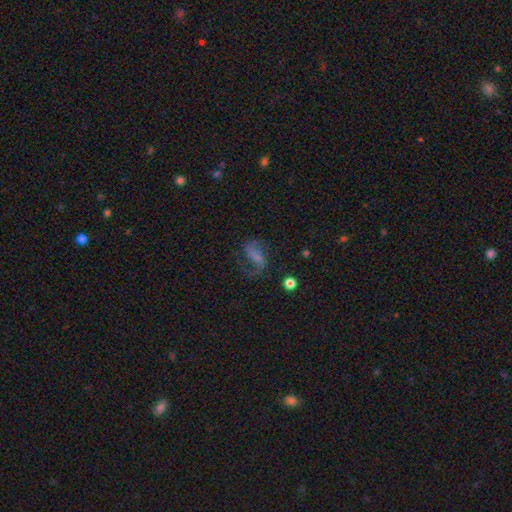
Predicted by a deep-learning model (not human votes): This appears to be a featured or disk galaxy (60%) with a strong bar (38%), spiral arms (83%) and no central bulge (64%). Merging: none (52%).